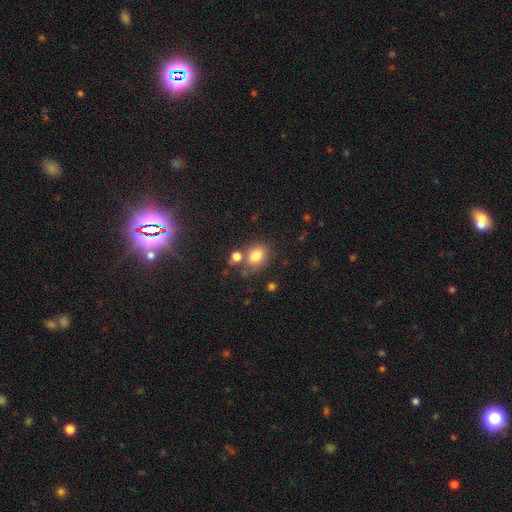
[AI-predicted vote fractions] Smooth or featured?
  - smooth: 80% *
  - star or artifact: 11%
  - featured or disk: 9%
How rounded?
  - in between: 60% *
  - round: 39%
  - cigar-shaped: 1%
Merging?
  - none: 64% *
  - merger: 18%
  - minor disturbance: 13%
  - major disturbance: 5%